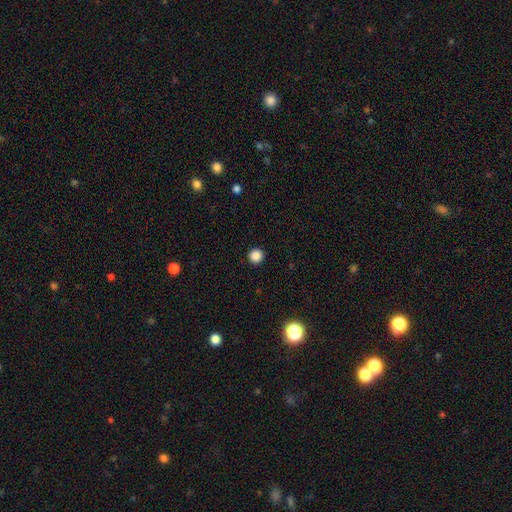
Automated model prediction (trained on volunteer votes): Overall: smooth (86%). How rounded: round (96%). Merging: none (93%).